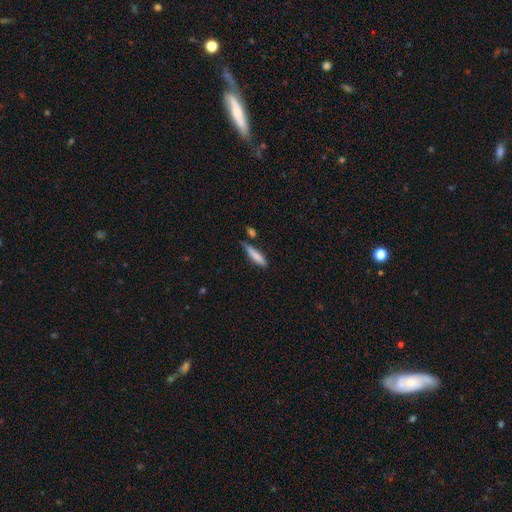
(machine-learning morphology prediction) smooth_or_featured: smooth (p=0.77) [alt: featured or disk p=0.16]
how_rounded: cigar-shaped (p=0.82) [alt: in between p=0.17]
merging: none (p=0.60) [alt: minor disturbance p=0.24]